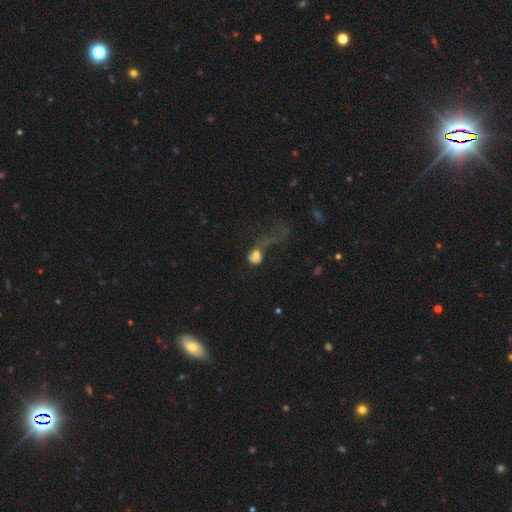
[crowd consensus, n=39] Volunteers were most divided on "smooth or featured": smooth: 59%, featured or disk: 33%, star or artifact: 8%. More confident: how rounded — round (78%); merging — major disturbance (69%).